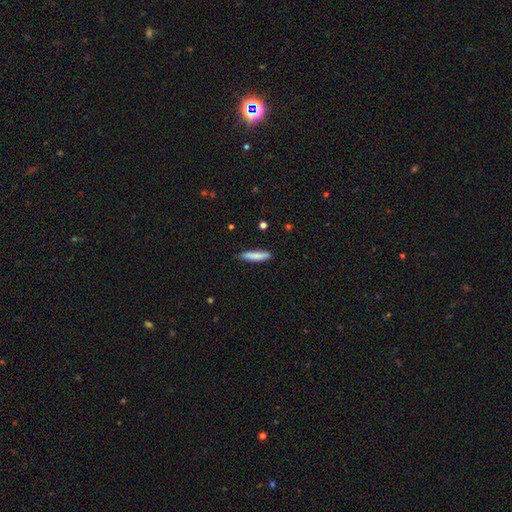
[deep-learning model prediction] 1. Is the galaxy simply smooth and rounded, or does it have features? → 85% smooth, 9% featured or disk, 6% star or artifact.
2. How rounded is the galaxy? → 84% cigar-shaped, 14% in between, 1% round.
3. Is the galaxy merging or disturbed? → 84% none, 13% minor disturbance, 2% major disturbance, 1% merger.